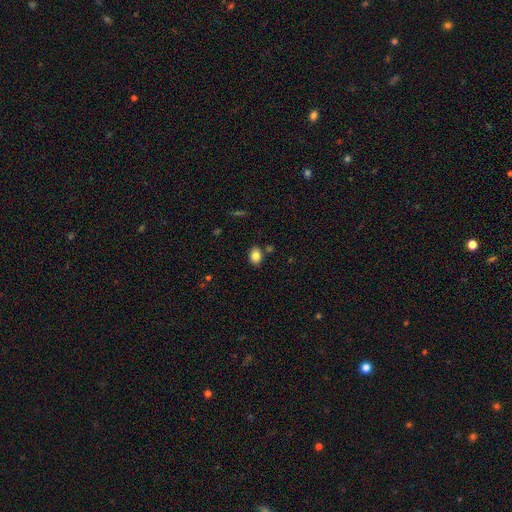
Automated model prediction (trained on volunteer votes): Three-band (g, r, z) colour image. It shows a smooth galaxy with no disk features (83%) that is in between round and cigar-shaped (64%). Merging: none (83%).